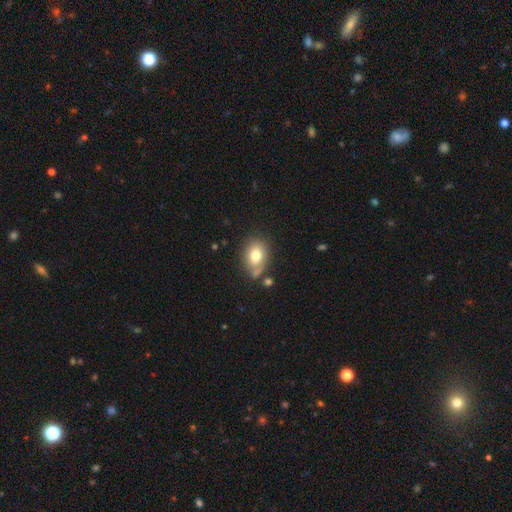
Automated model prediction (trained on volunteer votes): Q: Smooth or featured?
A: smooth (77%); runner-up: featured or disk (14%)
Q: How rounded?
A: in between (69%); runner-up: round (30%)
Q: Merging?
A: none (63%); runner-up: minor disturbance (20%)